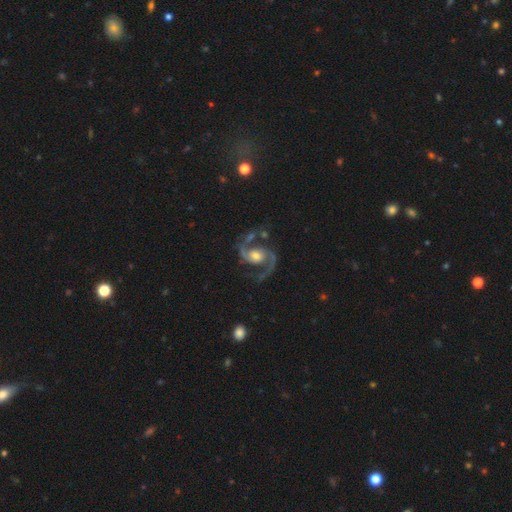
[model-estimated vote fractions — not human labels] Smooth or featured: featured or disk — 93% (star or artifact — 4%)
Edge-on disk: no — 98% (yes — 2%)
Bar: no — 55% (weak — 33%)
Spiral arms: yes — 98% (no — 2%)
Spiral winding: medium — 59% (loose — 30%)
Spiral arm count: 2 — 94% (1 — 1%)
Bulge size: moderate — 61% (small — 19%)
Merging: none — 72% (minor disturbance — 15%)